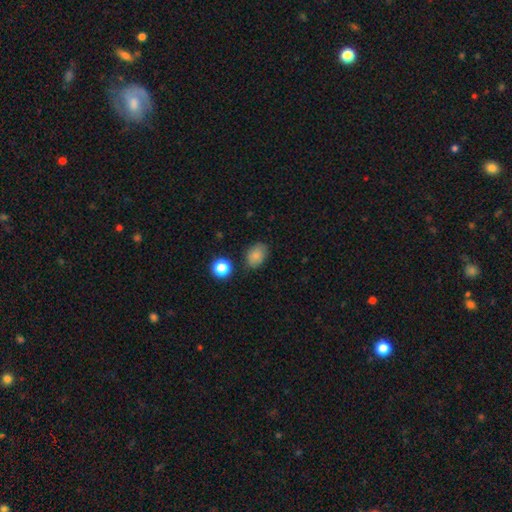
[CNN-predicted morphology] smooth-or-featured: smooth: 83% | star or artifact: 10% | featured or disk: 7%
  how-rounded: in between: 75% | round: 24% | cigar-shaped: 1%
  merging: none: 77% | minor disturbance: 16% | major disturbance: 4% | merger: 3%